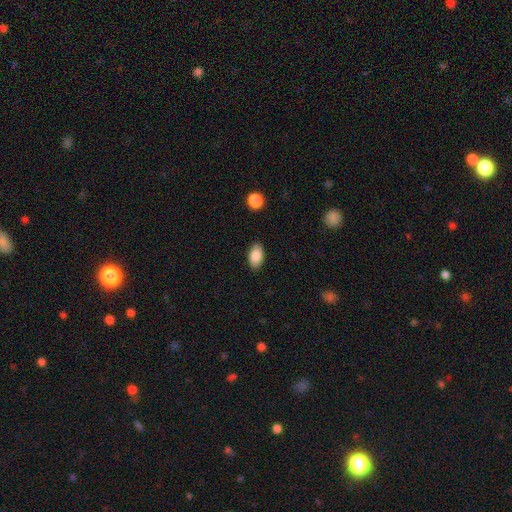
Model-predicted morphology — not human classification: The model was most divided on "merging": none: 87%, minor disturbance: 10%, major disturbance: 2%, merger: 1%. More confident: how rounded — in between (93%); smooth or featured — smooth (87%).